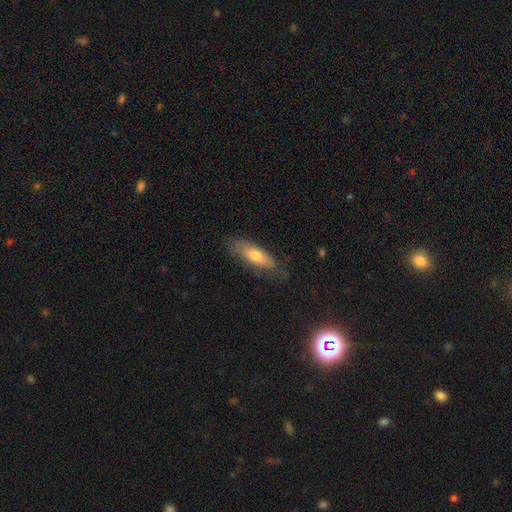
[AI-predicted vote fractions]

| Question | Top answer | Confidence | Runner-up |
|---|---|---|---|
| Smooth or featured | smooth | 62% | featured or disk (30%) |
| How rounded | in between | 60% | cigar-shaped (38%) |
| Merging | none | 71% | minor disturbance (21%) |